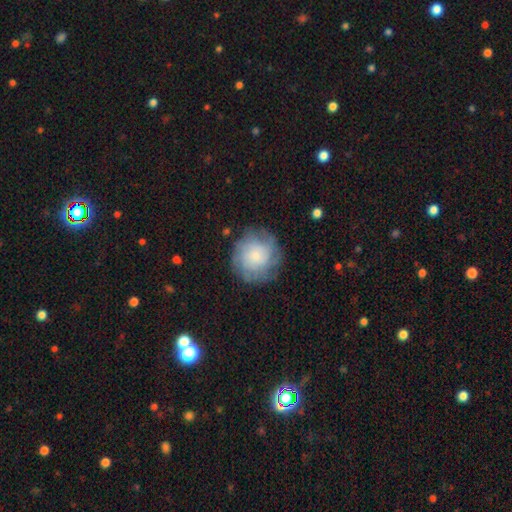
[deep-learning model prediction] smooth-or-featured: smooth: 50% | featured or disk: 41% | star or artifact: 9%
  merging: none: 76% | minor disturbance: 16% | major disturbance: 7% | merger: 1%